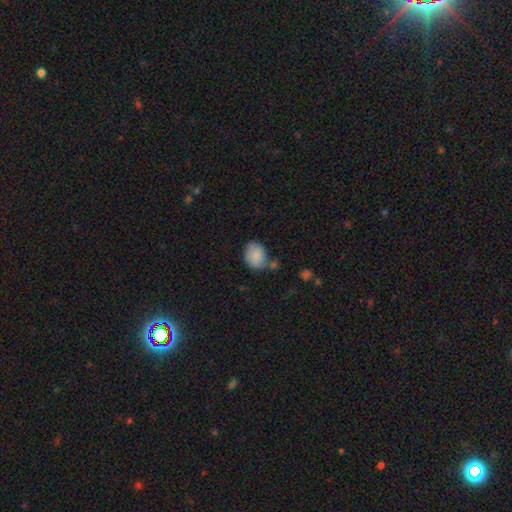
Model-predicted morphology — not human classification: smooth 82%, featured or disk 10%, star or artifact 7%. Down the decision tree: how rounded — in between (57%); merging — none (51%).